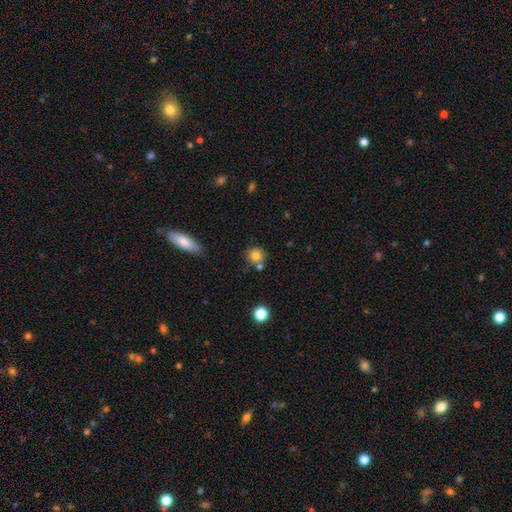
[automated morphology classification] Smooth or featured: smooth — 80% (star or artifact — 11%)
How rounded: round — 89% (in between — 10%)
Merging: none — 68% (merger — 17%)